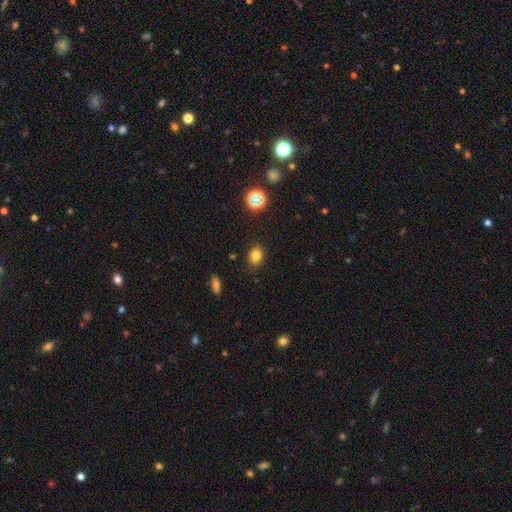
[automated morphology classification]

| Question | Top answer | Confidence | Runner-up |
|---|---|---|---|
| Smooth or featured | smooth | 78% | star or artifact (15%) |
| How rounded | in between | 59% | round (40%) |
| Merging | none | 85% | minor disturbance (11%) |